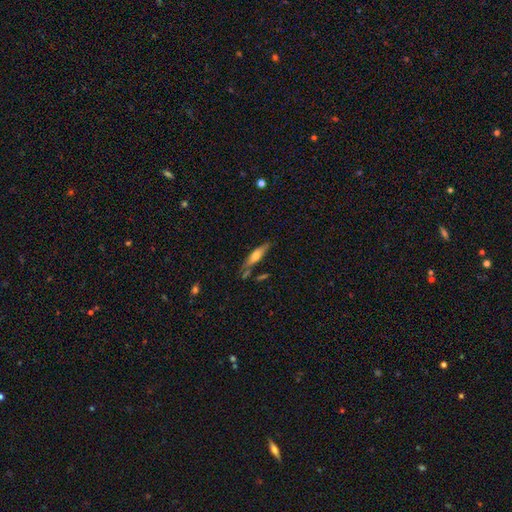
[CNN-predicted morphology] The model was most divided on "smooth or featured": smooth: 50%, featured or disk: 43%, star or artifact: 7%. More confident: merging — none (68%).